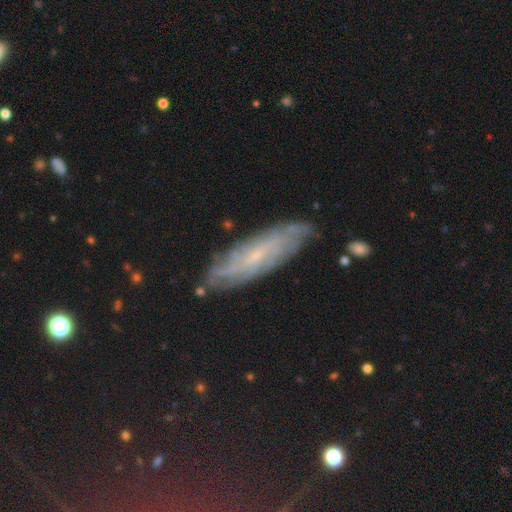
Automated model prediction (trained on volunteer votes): featured or disk 68%, smooth 20%, star or artifact 12%. Down the decision tree: edge-on disk — no (73%); bar — no (58%); spiral arms — yes (88%); bulge size — small (78%); merging — none (82%).